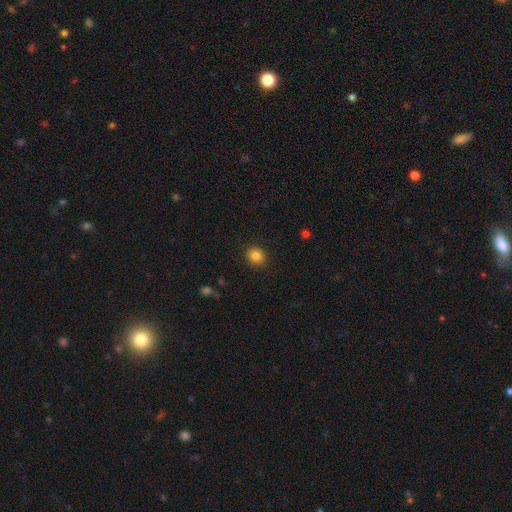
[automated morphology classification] A smooth galaxy with no disk features (85%) that is round (81%).

Vote fractions:
- Smooth or featured? smooth: 85% / star or artifact: 11% / featured or disk: 4%
- How rounded? round: 81% / in between: 18% / cigar-shaped: 1%
- Merging? none: 90% / minor disturbance: 7% / major disturbance: 2% / merger: 1%